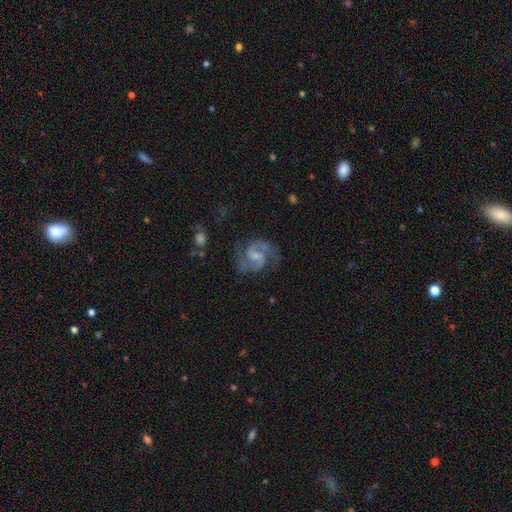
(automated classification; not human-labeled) Q: Smooth or featured?
A: featured or disk (88%); runner-up: smooth (7%)
Q: Edge-on disk?
A: no (98%); runner-up: yes (2%)
Q: Bar?
A: weak (56%); runner-up: no (31%)
Q: Spiral arms?
A: yes (97%); runner-up: no (3%)
Q: Spiral winding?
A: medium (62%); runner-up: loose (19%)
Q: Spiral arm count?
A: 2 (92%); runner-up: can't tell (3%)
Q: Bulge size?
A: small (49%); runner-up: moderate (32%)
Q: Merging?
A: none (72%); runner-up: minor disturbance (17%)